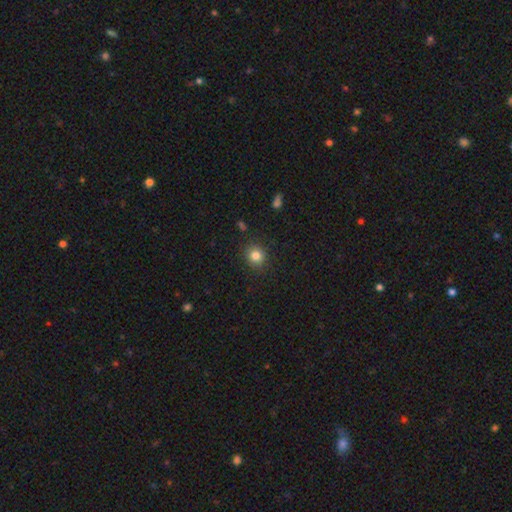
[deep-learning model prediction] This is clearly a smooth galaxy (82%). How rounded: clearly round (87%). Merging: clearly none (89%).